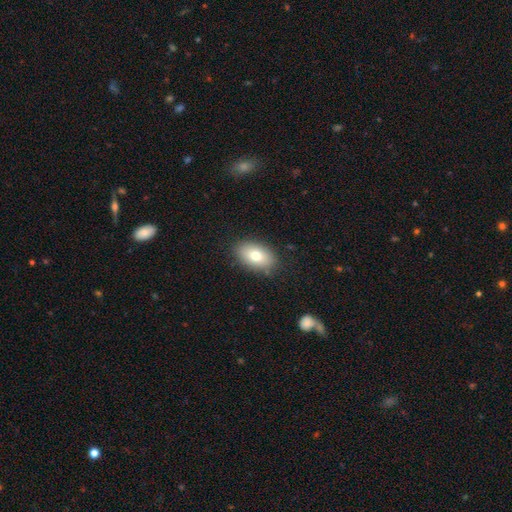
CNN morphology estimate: A smooth galaxy with no disk features (77%) that is in between round and cigar-shaped (90%). Merging: none (86%).